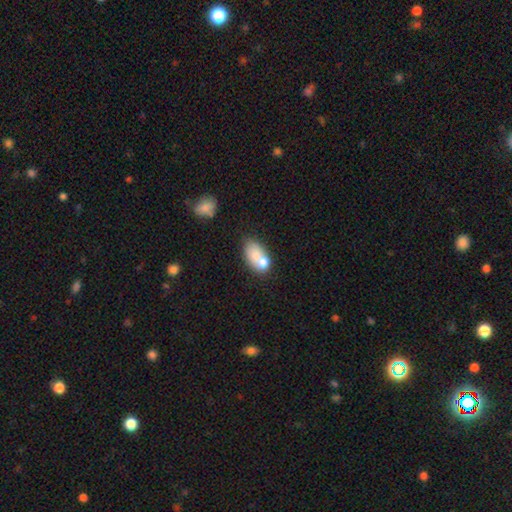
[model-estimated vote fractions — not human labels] Smooth or featured?
  - smooth: 69% *
  - featured or disk: 23%
  - star or artifact: 8%
How rounded?
  - in between: 83% *
  - round: 15%
  - cigar-shaped: 2%
Merging?
  - merger: 50% *
  - none: 32%
  - minor disturbance: 12%
  - major disturbance: 5%